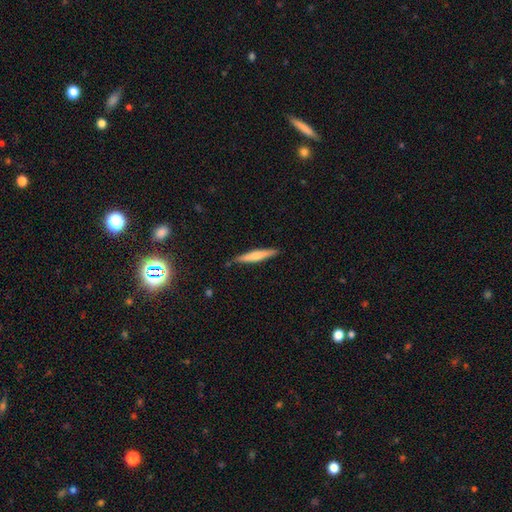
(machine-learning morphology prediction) Smooth or featured: smooth — 54% (featured or disk — 41%)
How rounded: cigar-shaped — 91% (in between — 7%)
Merging: none — 86% (minor disturbance — 10%)